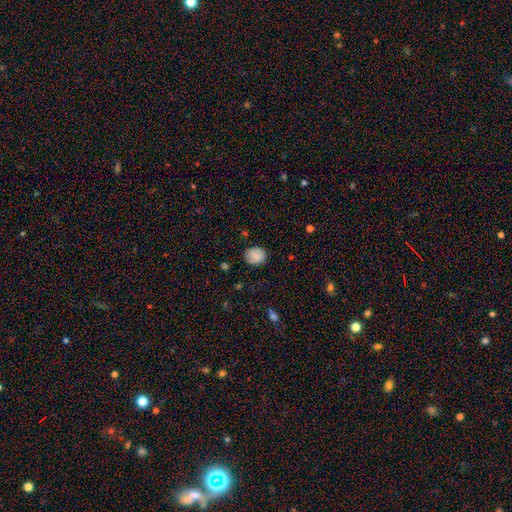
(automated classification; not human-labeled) Smooth or featured? smooth (80%)
How rounded? round (59%)
Merging? none (80%)